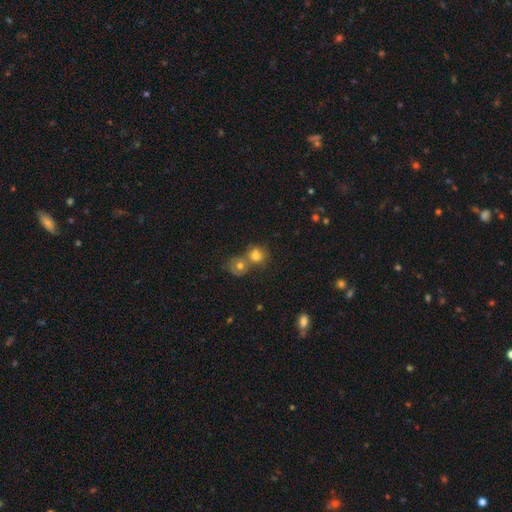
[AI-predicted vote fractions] A smooth galaxy with no disk features (73%) that is round (75%). Merging: merger (56%).